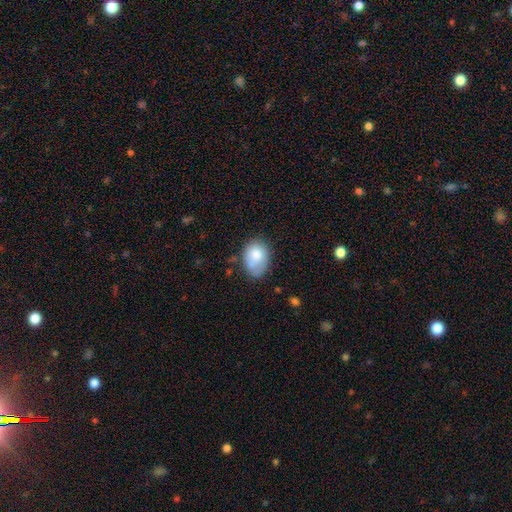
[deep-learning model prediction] A smooth galaxy with no disk features (78%) that is in between round and cigar-shaped (72%).

Vote fractions:
- Smooth or featured? smooth: 78% / featured or disk: 14% / star or artifact: 8%
- How rounded? in between: 72% / round: 27% / cigar-shaped: 1%
- Merging? none: 47% / minor disturbance: 32% / merger: 11% / major disturbance: 10%